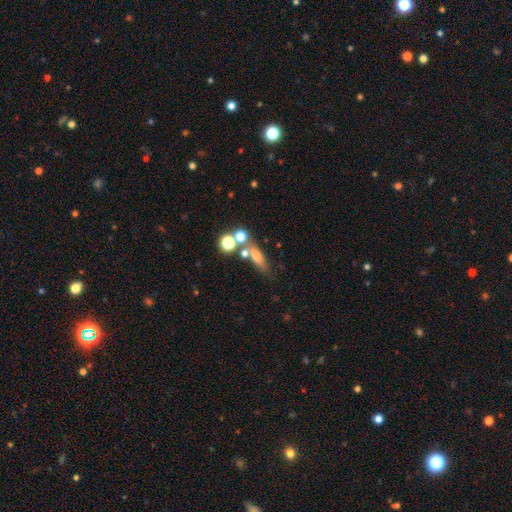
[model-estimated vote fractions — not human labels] The model was most divided on "how rounded": in between: 44%, cigar-shaped: 36%, round: 20%. More confident: smooth or featured — smooth (65%); merging — none (52%).